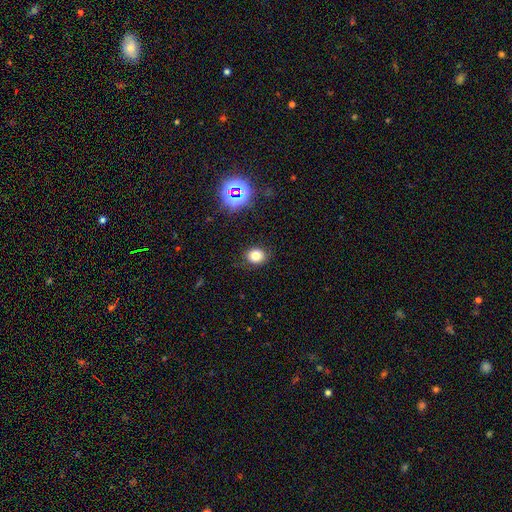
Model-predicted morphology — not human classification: A smooth galaxy with no disk features (76%) that is round (62%). Merging: none (85%).